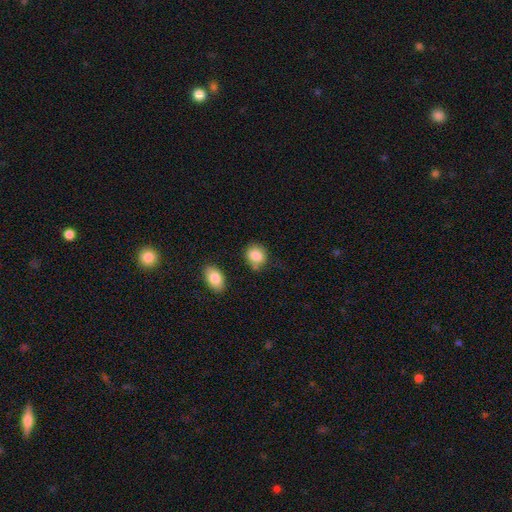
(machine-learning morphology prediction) type=smooth (86%); roundness=round (62%); merging=none (67%).